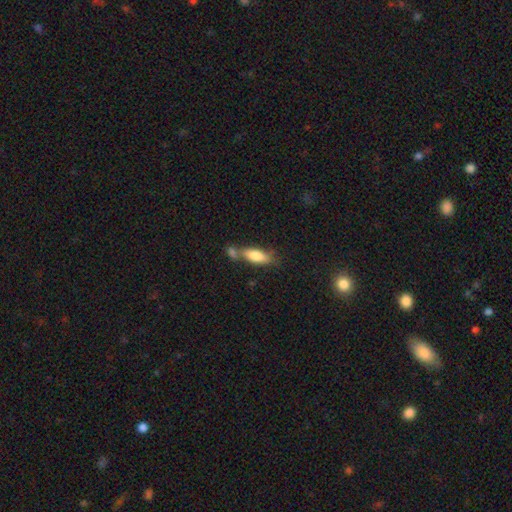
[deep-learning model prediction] Morphology: type=smooth (77%); roundness=in between (67%); merging=none (45%).